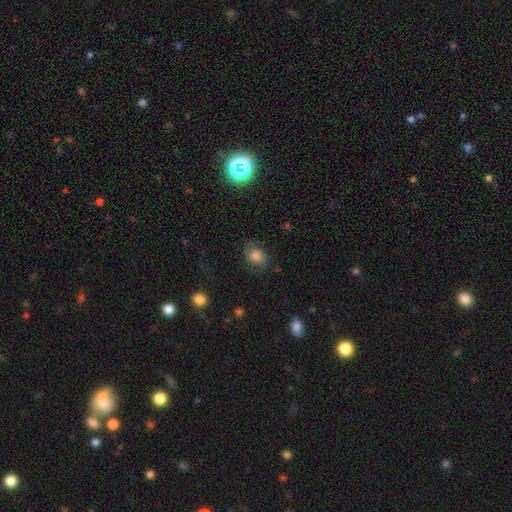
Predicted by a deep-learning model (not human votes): Morphology: type=featured or disk (52%); edge-on=no (97%); bar=no (74%); spiral arms=yes (90%); bulge=moderate (41%); merging=none (72%).